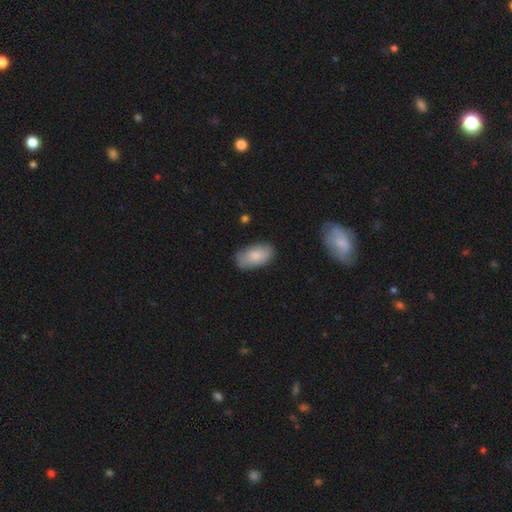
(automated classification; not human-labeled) Q: Smooth or featured?
A: smooth (82%); runner-up: featured or disk (12%)
Q: How rounded?
A: in between (94%); runner-up: round (3%)
Q: Merging?
A: none (81%); runner-up: minor disturbance (15%)